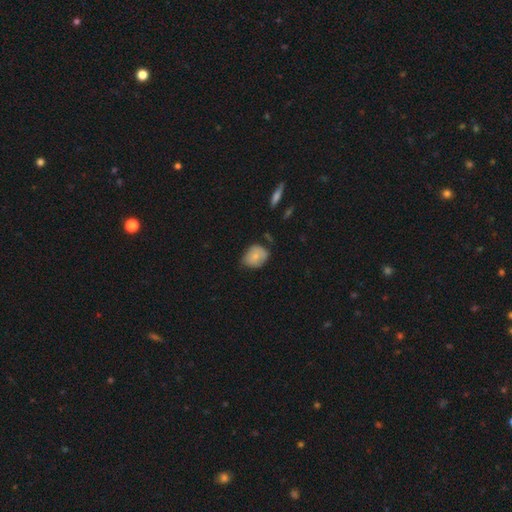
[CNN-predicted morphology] Overall: smooth (76%). How rounded: in between (51%; round 48%). Merging: none (57%; minor disturbance 35%).